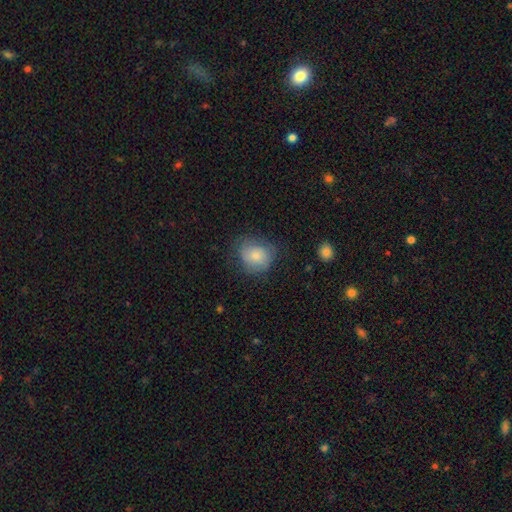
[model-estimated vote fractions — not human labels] smooth-or-featured: smooth: 78% | featured or disk: 14% | star or artifact: 8%
  how-rounded: round: 74% | in between: 25% | cigar-shaped: 1%
  merging: none: 65% | minor disturbance: 24% | major disturbance: 9% | merger: 1%